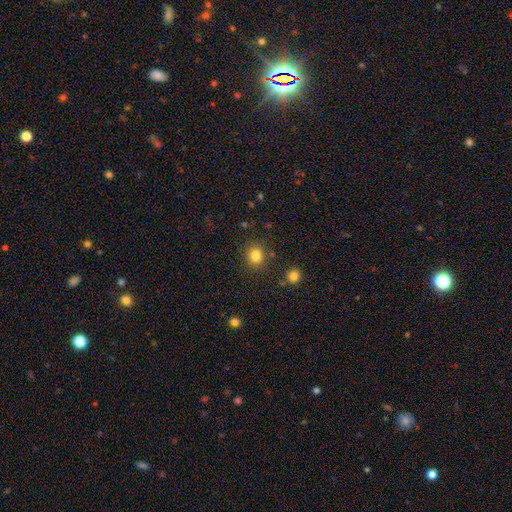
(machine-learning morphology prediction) type=smooth (82%); roundness=round (77%); merging=none (85%).